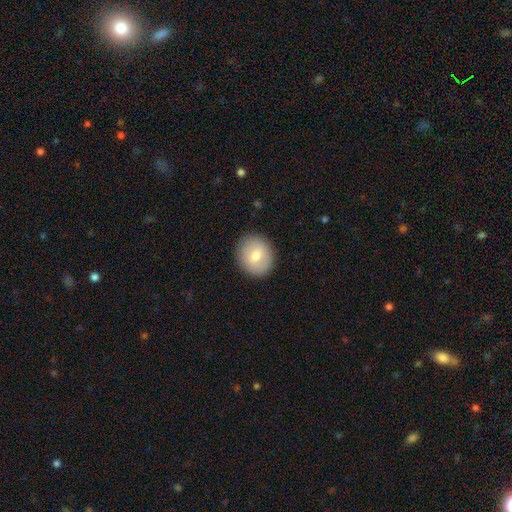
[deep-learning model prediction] Smooth or featured: smooth — 70% (featured or disk — 22%)
How rounded: round — 74% (in between — 25%)
Merging: none — 89% (minor disturbance — 8%)